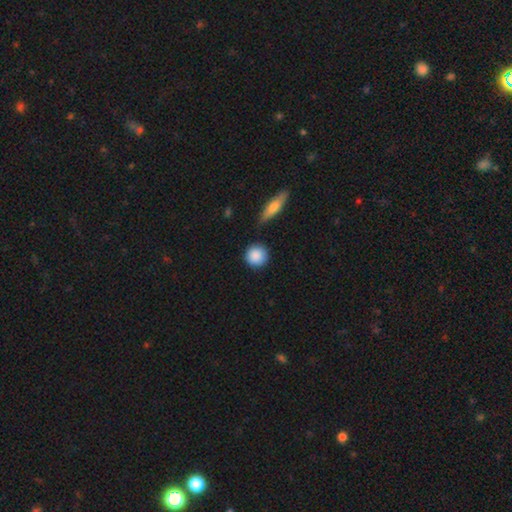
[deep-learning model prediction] Morphology: type=smooth (88%); roundness=round (92%); merging=none (82%).